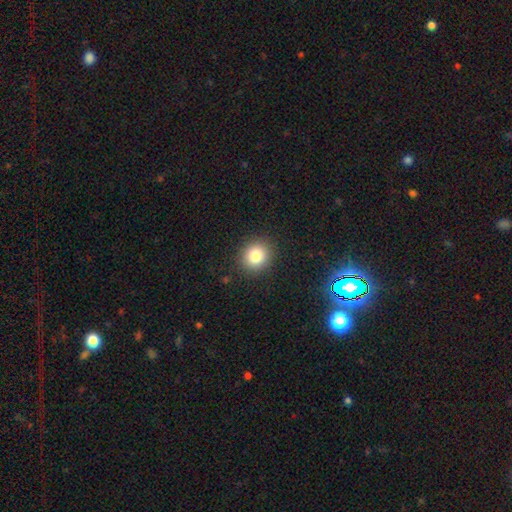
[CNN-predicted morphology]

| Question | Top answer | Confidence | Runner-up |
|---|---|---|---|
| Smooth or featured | smooth | 82% | star or artifact (11%) |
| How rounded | round | 80% | in between (19%) |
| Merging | none | 90% | minor disturbance (7%) |